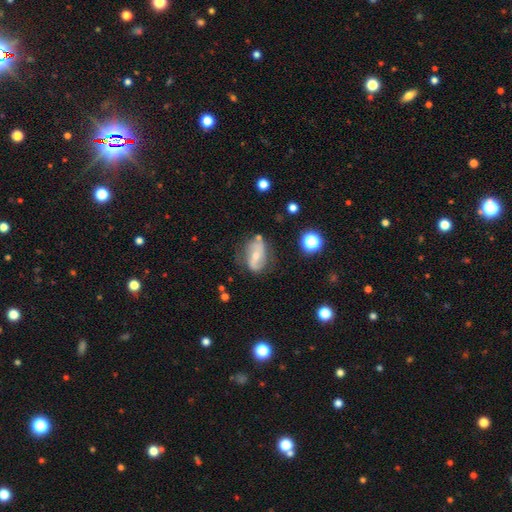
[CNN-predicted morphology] Smooth or featured?
  - featured or disk: 64% *
  - smooth: 28%
  - star or artifact: 9%
Edge-on disk?
  - no: 93% *
  - yes: 7%
Bar?
  - no: 42% *
  - weak: 32%
  - strong: 26%
Spiral arms?
  - yes: 78% *
  - no: 22%
Bulge size?
  - small: 50% *
  - moderate: 46%
  - large: 2%
  - none: 2%
  - dominant: 1%
Merging?
  - none: 61% *
  - minor disturbance: 24%
  - major disturbance: 10%
  - merger: 4%